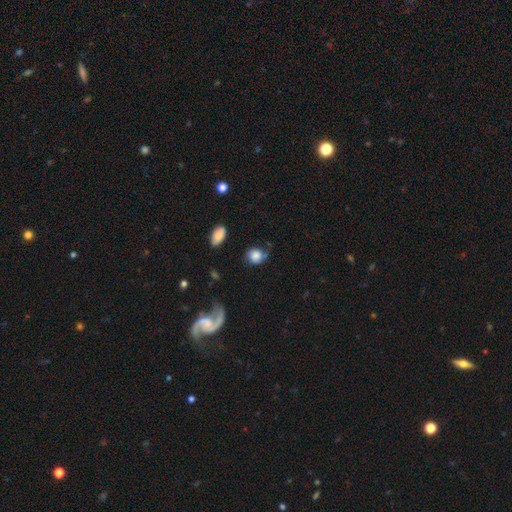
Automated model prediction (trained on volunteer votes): smooth 78%, featured or disk 13%, star or artifact 9%. Down the decision tree: how rounded — round (76%); merging — none (54%).